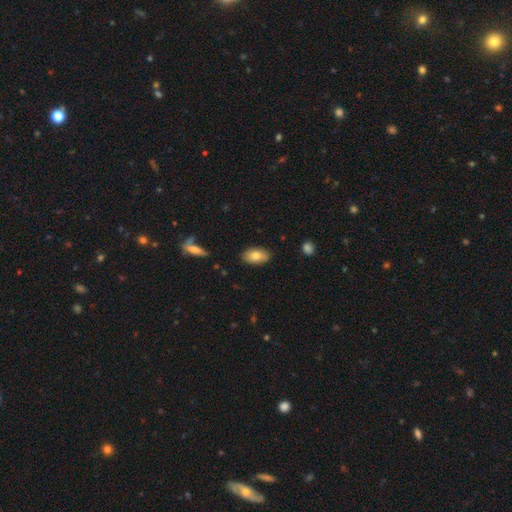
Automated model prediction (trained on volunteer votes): This is likely a smooth galaxy (78%). How rounded: clearly in between (93%). Merging: clearly none (86%).